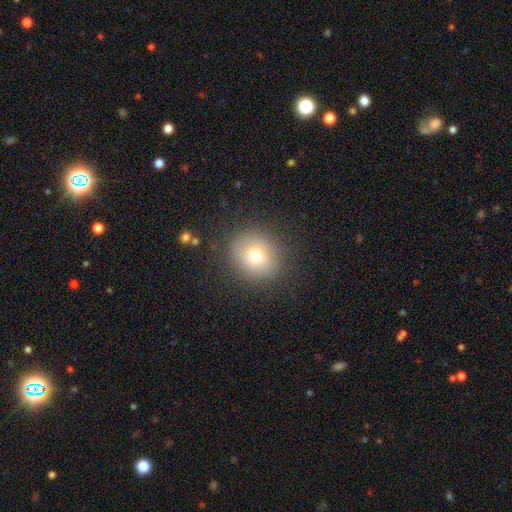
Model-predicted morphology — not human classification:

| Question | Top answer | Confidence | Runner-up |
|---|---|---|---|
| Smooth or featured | smooth | 73% | featured or disk (14%) |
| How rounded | round | 80% | in between (19%) |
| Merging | none | 85% | minor disturbance (9%) |